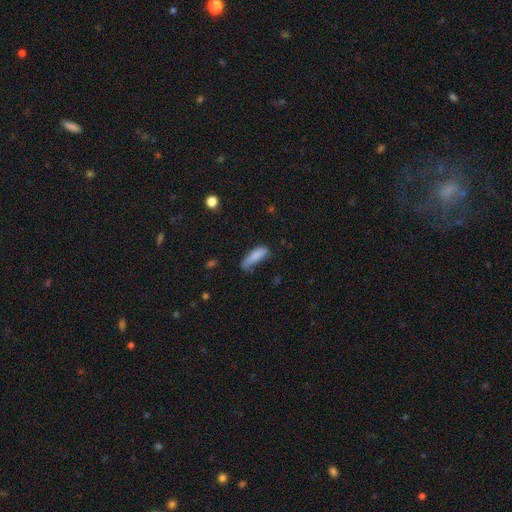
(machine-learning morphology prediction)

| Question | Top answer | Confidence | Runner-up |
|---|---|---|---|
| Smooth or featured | smooth | 83% | featured or disk (9%) |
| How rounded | cigar-shaped | 54% | in between (44%) |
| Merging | none | 49% | minor disturbance (33%) |